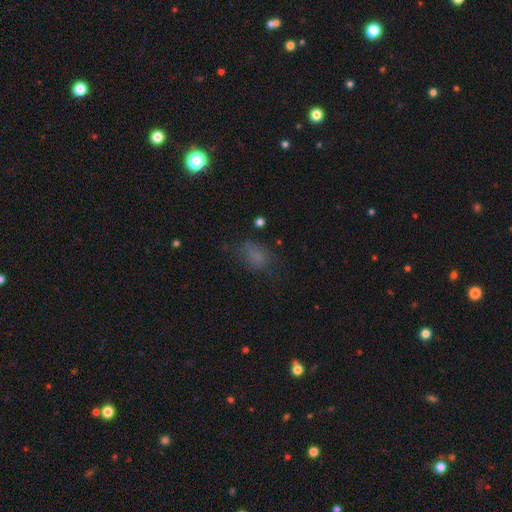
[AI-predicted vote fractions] Smooth or featured? smooth (67%)
How rounded? in between (79%)
Merging? none (55%)